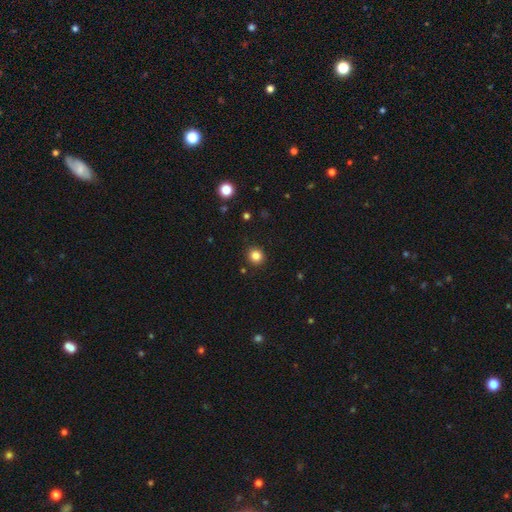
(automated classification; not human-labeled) Q: Smooth or featured?
A: smooth (83%); runner-up: star or artifact (12%)
Q: How rounded?
A: round (90%); runner-up: in between (9%)
Q: Merging?
A: none (91%); runner-up: minor disturbance (6%)